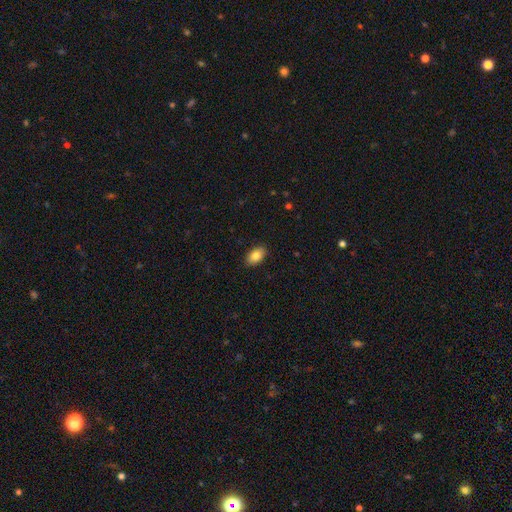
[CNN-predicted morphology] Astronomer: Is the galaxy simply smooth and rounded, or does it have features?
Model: smooth — 84%.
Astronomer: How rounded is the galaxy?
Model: in between — 91%.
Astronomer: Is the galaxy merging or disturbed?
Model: none — 89%.